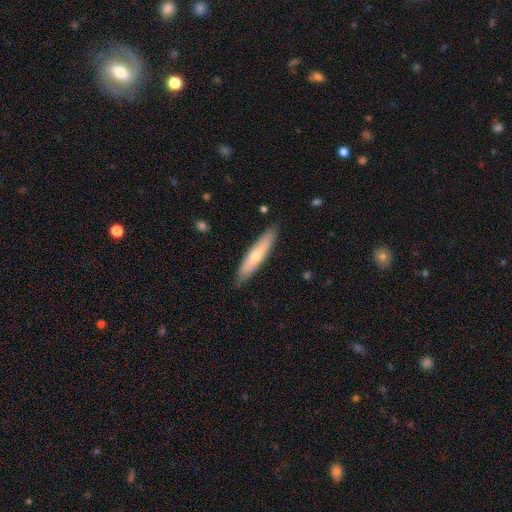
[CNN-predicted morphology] A smooth galaxy with no disk features (57%) that is cigar-shaped (83%). Merging: none (86%).